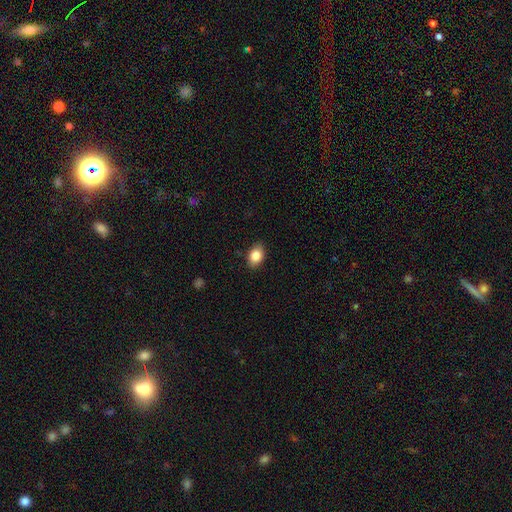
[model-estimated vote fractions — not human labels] smooth-or-featured: smooth: 85% | star or artifact: 8% | featured or disk: 7%
  how-rounded: in between: 78% | round: 21% | cigar-shaped: 1%
  merging: none: 86% | minor disturbance: 11% | major disturbance: 2% | merger: 1%